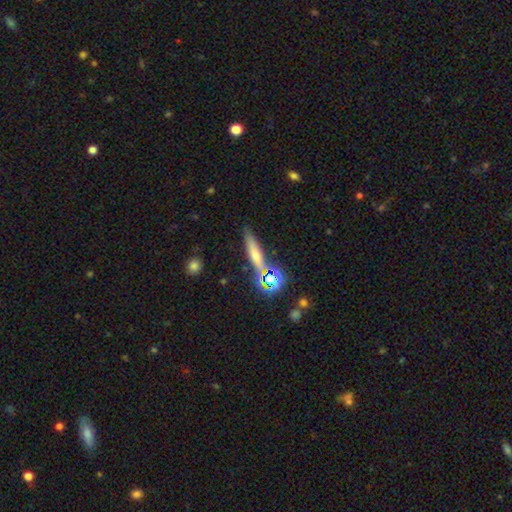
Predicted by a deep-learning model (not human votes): Smooth or featured? smooth (51%)
How rounded? cigar-shaped (78%)
Merging? none (77%)